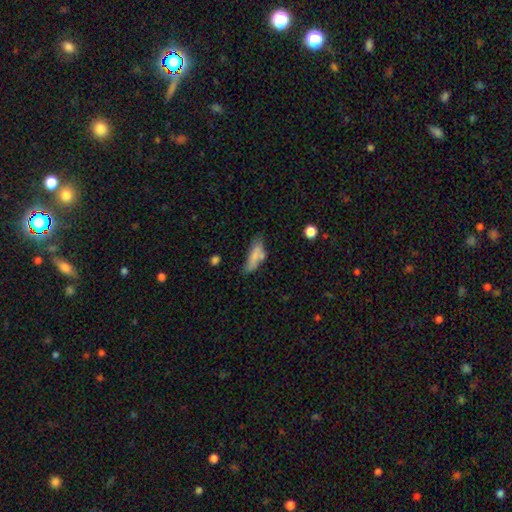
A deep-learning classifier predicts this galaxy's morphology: Q: Smooth or featured?
A: smooth (73%); runner-up: featured or disk (19%)
Q: How rounded?
A: in between (59%); runner-up: cigar-shaped (39%)
Q: Merging?
A: none (43%); runner-up: minor disturbance (29%)